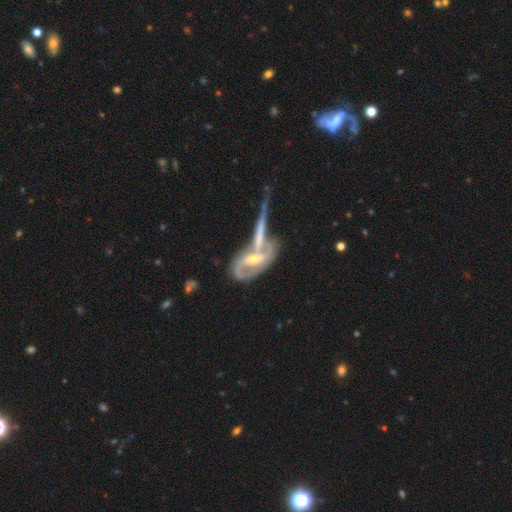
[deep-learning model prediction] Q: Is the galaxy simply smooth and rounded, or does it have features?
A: featured or disk — 81%.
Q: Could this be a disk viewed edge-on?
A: no — 84%.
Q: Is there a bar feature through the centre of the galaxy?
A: weak — 36%.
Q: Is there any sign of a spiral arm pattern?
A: yes — 81%.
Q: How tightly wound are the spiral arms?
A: loose — 41%.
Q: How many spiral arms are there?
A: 2 — 68%.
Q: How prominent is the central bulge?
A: moderate — 51%.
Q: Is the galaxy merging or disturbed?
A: merger — 53%.